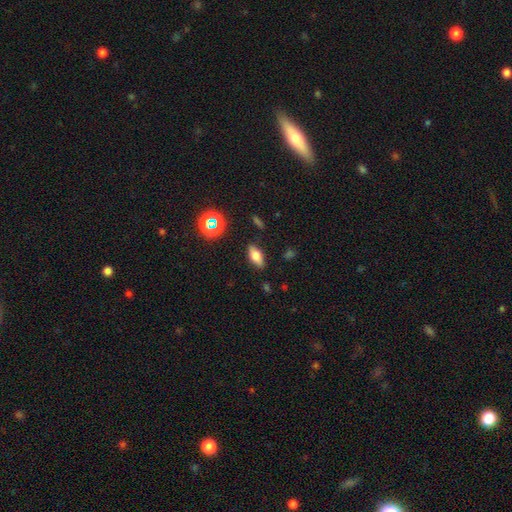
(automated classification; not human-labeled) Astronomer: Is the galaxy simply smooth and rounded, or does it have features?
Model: smooth — 67%.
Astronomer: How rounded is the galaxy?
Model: in between — 78%.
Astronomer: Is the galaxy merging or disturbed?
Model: none — 85%.